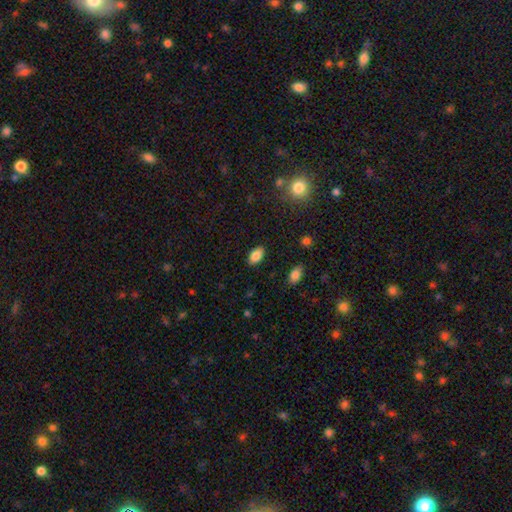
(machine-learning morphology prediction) Smooth or featured: smooth — 85% (star or artifact — 8%)
How rounded: in between — 93% (round — 5%)
Merging: none — 87% (minor disturbance — 9%)